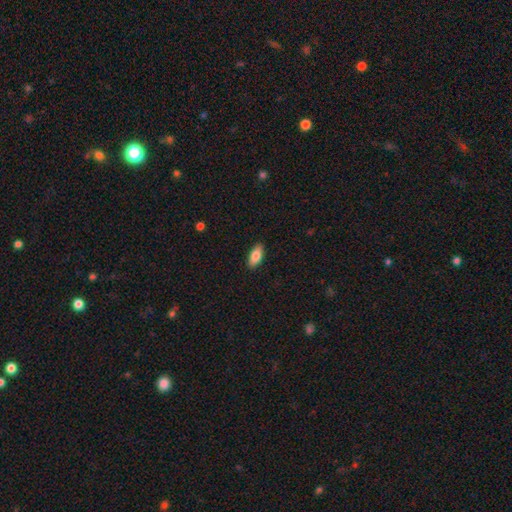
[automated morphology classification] smooth_or_featured: smooth (p=0.82) [alt: featured or disk p=0.11]
how_rounded: in between (p=0.87) [alt: cigar-shaped p=0.10]
merging: none (p=0.89) [alt: minor disturbance p=0.08]